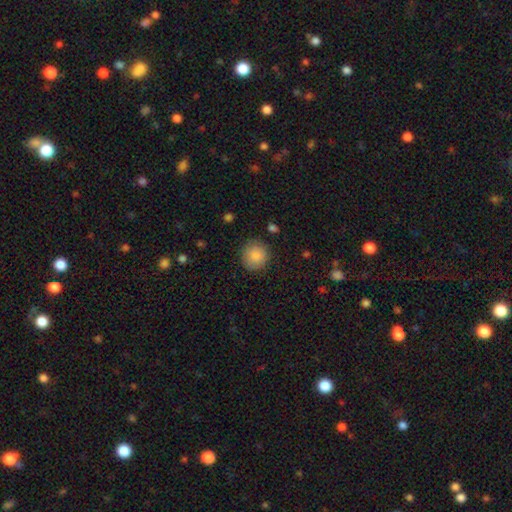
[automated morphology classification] type=smooth (87%); roundness=round (92%); merging=none (86%).